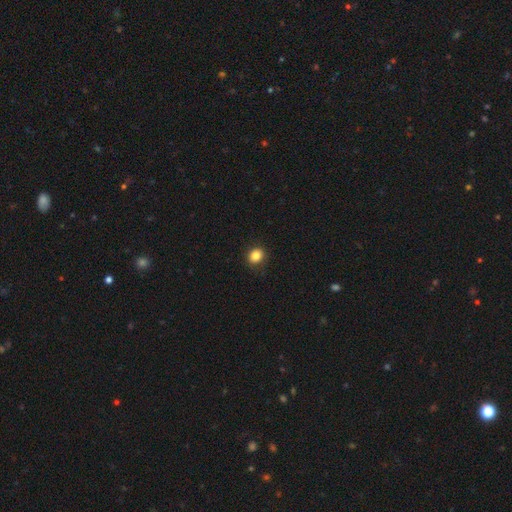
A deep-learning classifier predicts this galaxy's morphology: This appears to be a smooth galaxy with no disk features (85%) that is round (72%). Merging: none (89%).